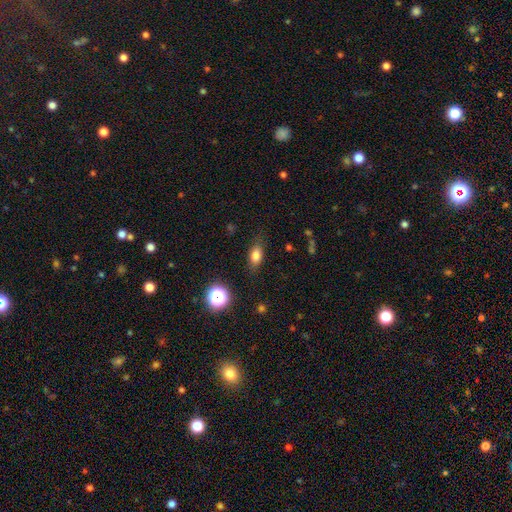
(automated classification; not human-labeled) Q: Smooth or featured?
A: smooth (77%); runner-up: star or artifact (12%)
Q: How rounded?
A: in between (77%); runner-up: round (13%)
Q: Merging?
A: none (80%); runner-up: minor disturbance (14%)